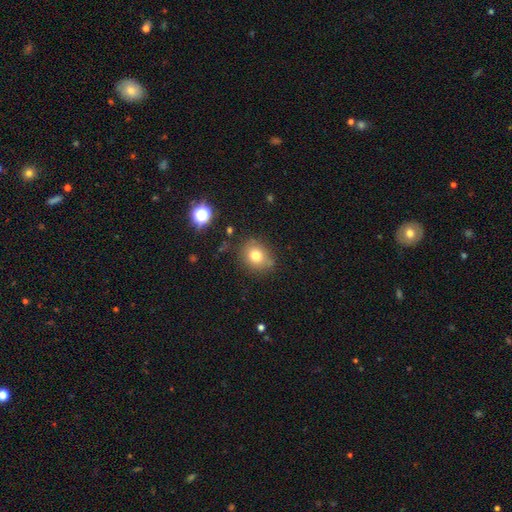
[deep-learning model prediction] Morphology: type=smooth (76%); roundness=round (63%); merging=none (78%).